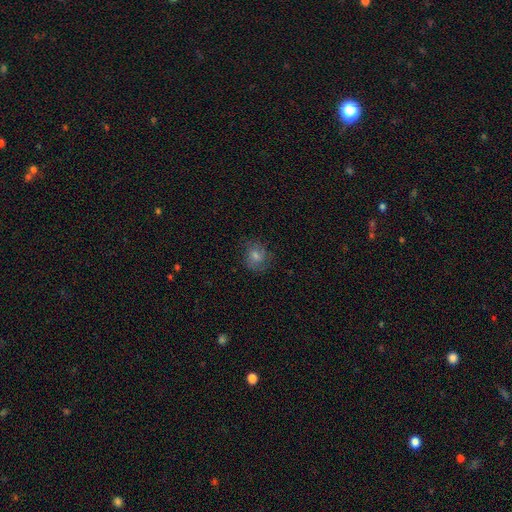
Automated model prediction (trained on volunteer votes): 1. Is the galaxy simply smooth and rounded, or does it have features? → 53% smooth, 31% featured or disk, 16% star or artifact.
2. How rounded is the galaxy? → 73% round, 26% in between, 1% cigar-shaped.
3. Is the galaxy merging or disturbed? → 75% none, 17% minor disturbance, 7% major disturbance, 1% merger.